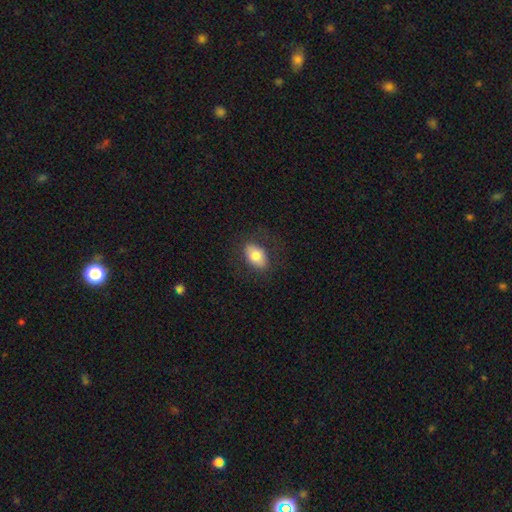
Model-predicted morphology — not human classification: This appears to be a smooth galaxy with no disk features (76%) that is in between round and cigar-shaped (88%). Merging: none (80%).